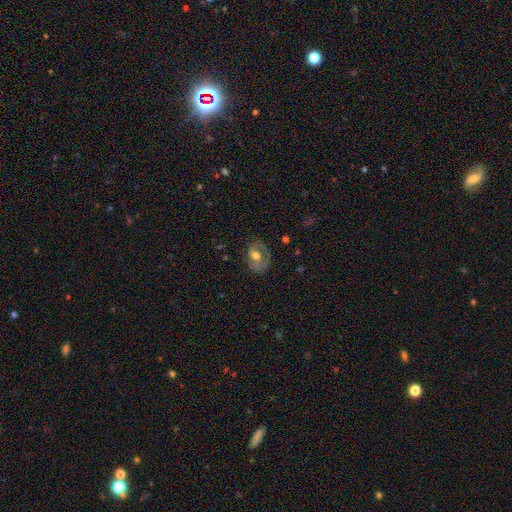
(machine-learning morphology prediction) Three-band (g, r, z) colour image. It shows a featured or disk galaxy (51%). Merging: none (64%).